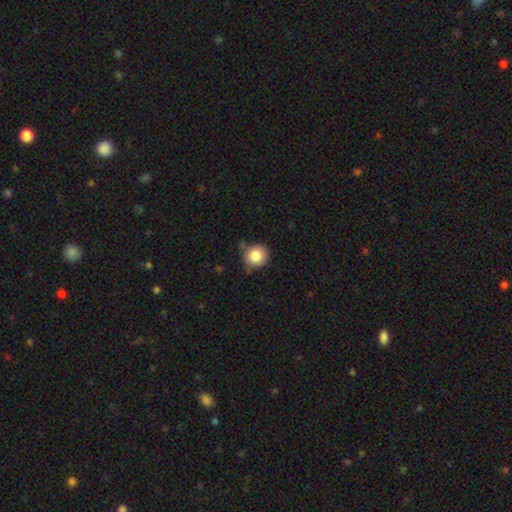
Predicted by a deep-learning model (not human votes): Overall: smooth (84%). How rounded: round (91%). Merging: none (77%).